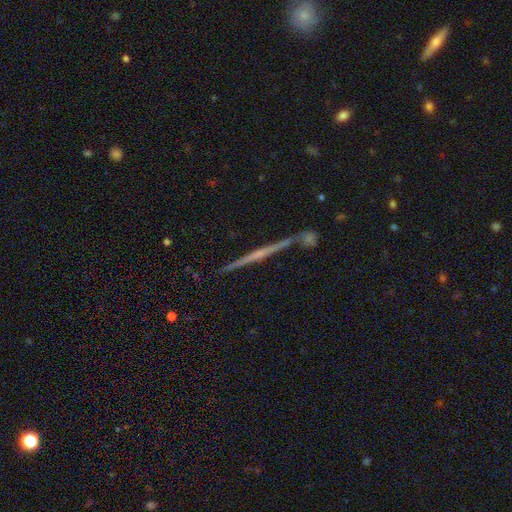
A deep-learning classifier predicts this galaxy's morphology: Smooth or featured: featured or disk — 77% (smooth — 15%)
Edge-on disk: yes — 98% (no — 2%)
Edge-on bulge: none — 46% (rounded — 43%)
Merging: none — 81% (minor disturbance — 8%)